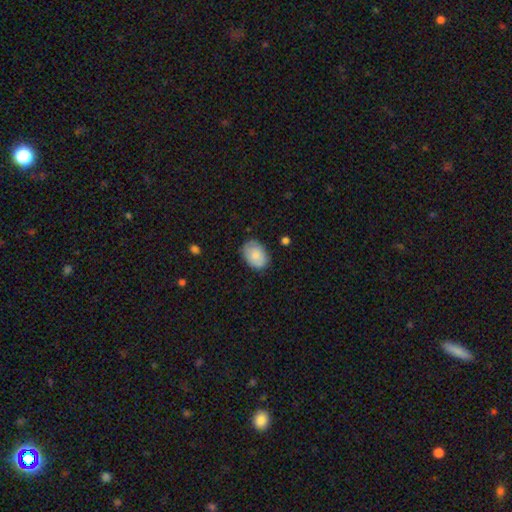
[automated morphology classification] This appears to be a smooth galaxy with no disk features (80%) that is in between round and cigar-shaped (81%). Merging: none (79%).